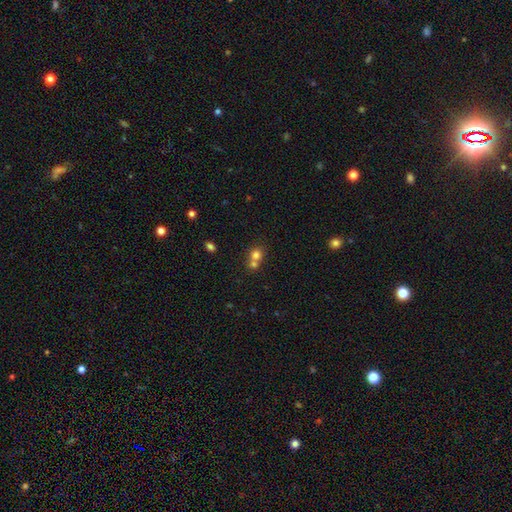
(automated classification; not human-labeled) Smooth or featured? smooth (75%)
How rounded? round (80%)
Merging? merger (54%)